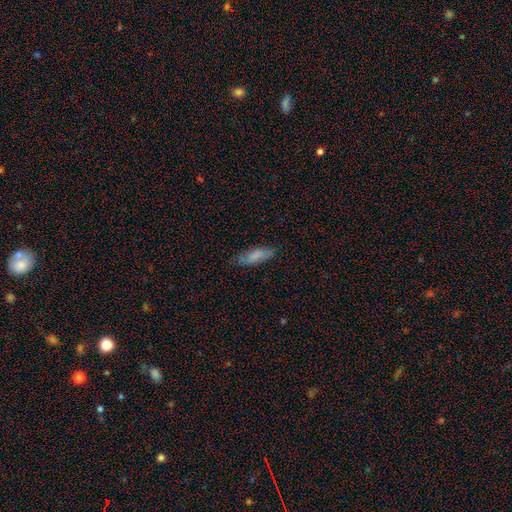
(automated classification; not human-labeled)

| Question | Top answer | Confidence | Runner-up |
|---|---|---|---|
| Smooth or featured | smooth | 80% | featured or disk (14%) |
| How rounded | in between | 54% | cigar-shaped (44%) |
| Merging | none | 76% | minor disturbance (19%) |